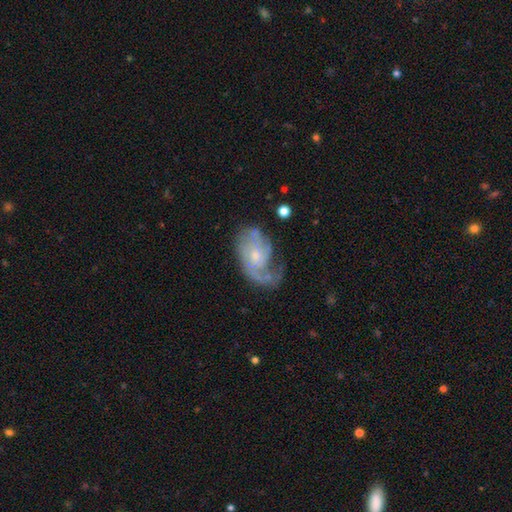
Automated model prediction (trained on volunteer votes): Smooth or featured?
  - featured or disk: 79% *
  - smooth: 15%
  - star or artifact: 6%
Edge-on disk?
  - no: 97% *
  - yes: 3%
Bar?
  - no: 71% *
  - weak: 25%
  - strong: 3%
Spiral arms?
  - yes: 90% *
  - no: 10%
Spiral winding?
  - medium: 41% *
  - tight: 30%
  - loose: 29%
Spiral arm count?
  - 2: 35% *
  - 1: 33%
  - can't tell: 20%
  - 3: 7%
  - 4: 3%
  - more than 4: 3%
Bulge size?
  - small: 56% *
  - moderate: 36%
  - none: 4%
  - large: 2%
  - dominant: 1%
Merging?
  - none: 47% *
  - major disturbance: 26%
  - minor disturbance: 24%
  - merger: 3%